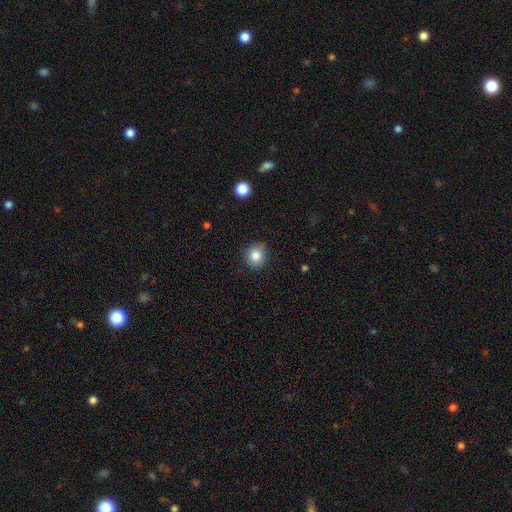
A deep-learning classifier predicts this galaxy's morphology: smooth-or-featured: smooth: 84% | star or artifact: 10% | featured or disk: 6%
  how-rounded: round: 87% | in between: 12% | cigar-shaped: 1%
  merging: none: 81% | minor disturbance: 15% | major disturbance: 3% | merger: 2%